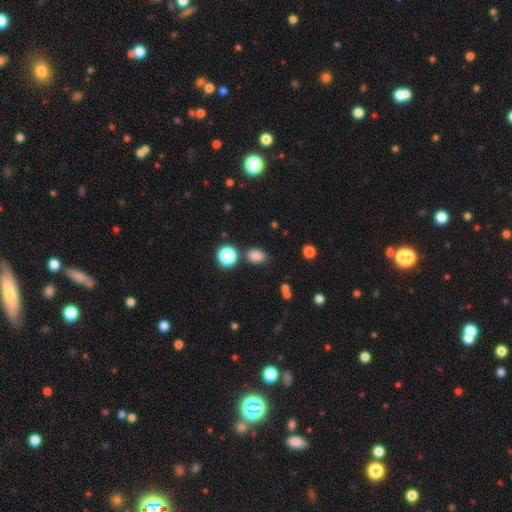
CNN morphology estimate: The model was most divided on "how rounded": in between: 67%, round: 32%, cigar-shaped: 1%. More confident: smooth or featured — smooth (81%); merging — none (78%).